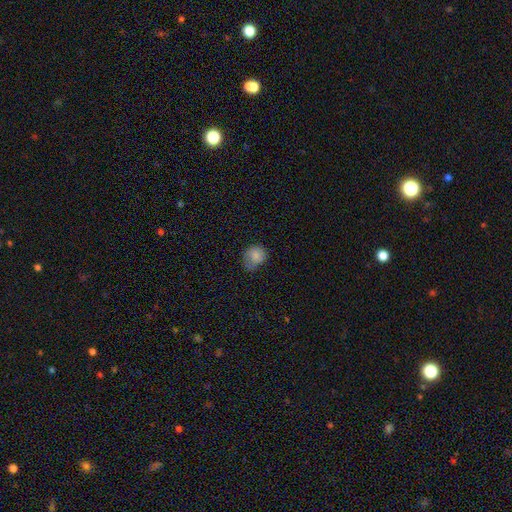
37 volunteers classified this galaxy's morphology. smooth 78%, featured or disk 16%, star or artifact 5%. Down the decision tree: how rounded — round (76%); merging — minor disturbance (57%).